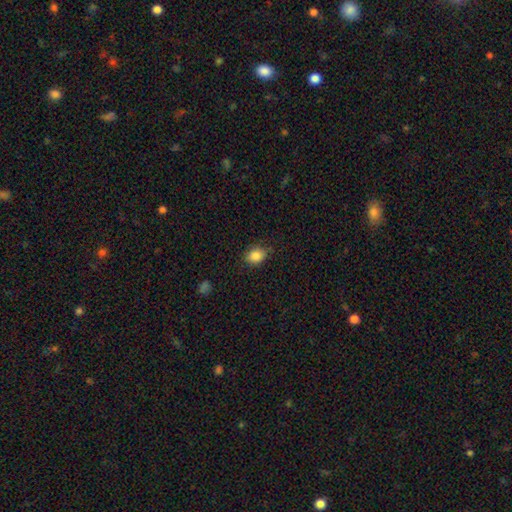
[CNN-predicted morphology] The model was most divided on "how rounded": in between: 57%, round: 42%, cigar-shaped: 1%. More confident: smooth or featured — smooth (87%); merging — none (80%).